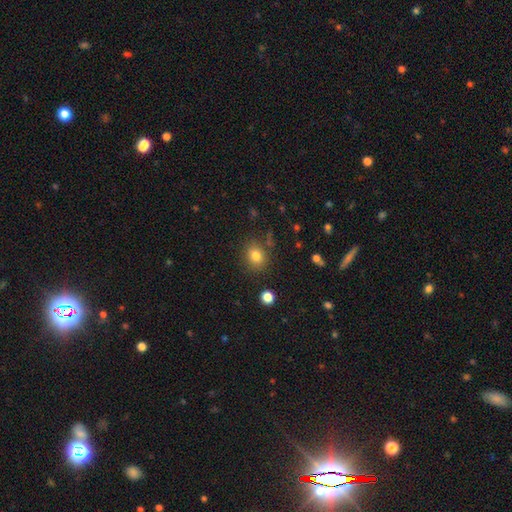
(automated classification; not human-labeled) Q: Smooth or featured?
A: smooth (81%); runner-up: star or artifact (12%)
Q: How rounded?
A: round (70%); runner-up: in between (29%)
Q: Merging?
A: none (81%); runner-up: minor disturbance (11%)